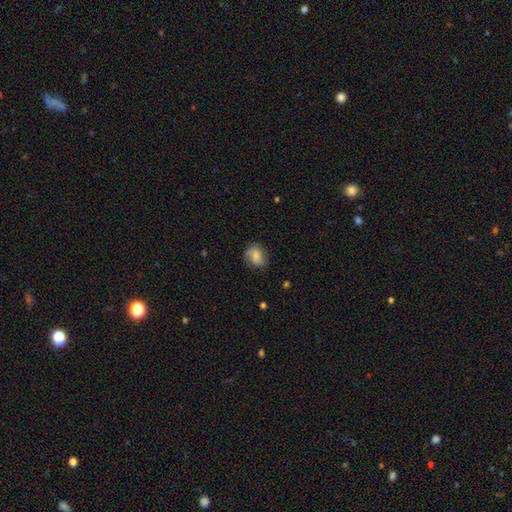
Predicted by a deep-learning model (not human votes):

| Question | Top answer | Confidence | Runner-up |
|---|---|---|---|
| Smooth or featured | smooth | 66% | featured or disk (26%) |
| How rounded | in between | 50% | round (49%) |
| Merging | none | 67% | minor disturbance (23%) |